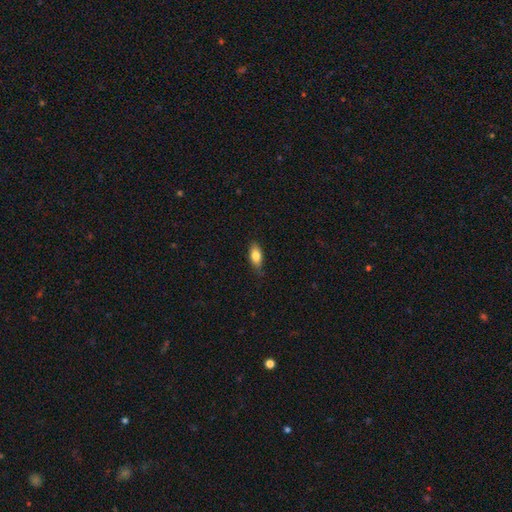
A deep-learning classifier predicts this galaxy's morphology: Overall: smooth (79%). How rounded: in between (83%). Merging: none (80%).